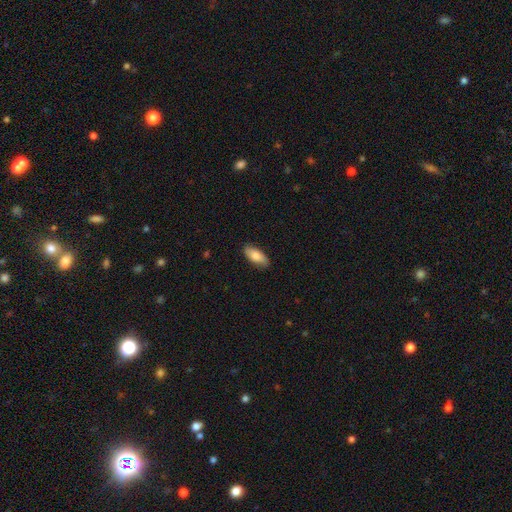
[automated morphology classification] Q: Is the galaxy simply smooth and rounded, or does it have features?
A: smooth — 81%.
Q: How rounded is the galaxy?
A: in between — 85%.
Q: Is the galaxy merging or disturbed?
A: none — 86%.